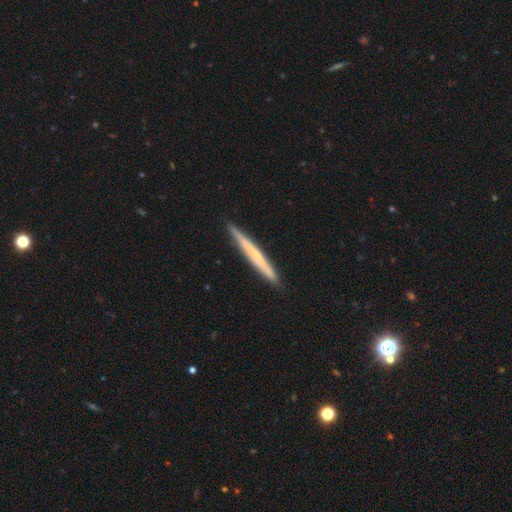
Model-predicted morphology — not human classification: The model was most divided on "smooth or featured": featured or disk: 51%, smooth: 44%, star or artifact: 6%. More confident: edge-on disk — yes (96%); merging — none (91%).